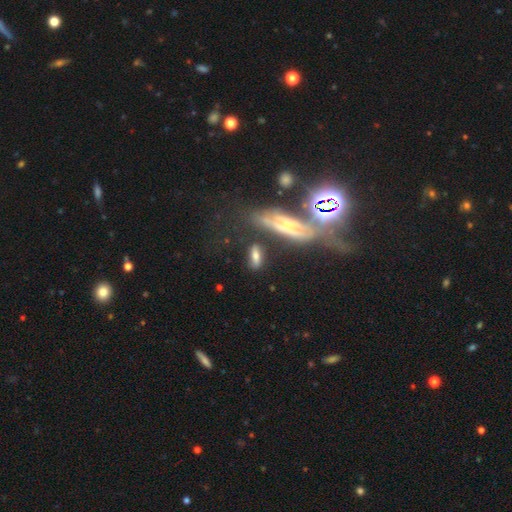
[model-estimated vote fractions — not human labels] Smooth or featured: smooth — 62% (featured or disk — 27%)
How rounded: in between — 61% (cigar-shaped — 34%)
Merging: none — 66% (minor disturbance — 18%)